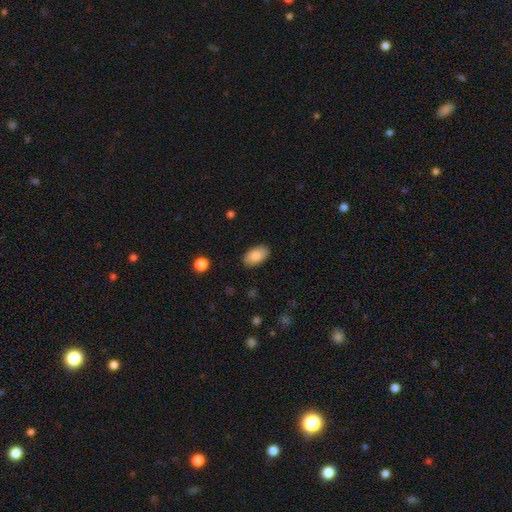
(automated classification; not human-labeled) Smooth or featured? Predicted: smooth (p=0.88). How rounded? Predicted: in between (p=0.94). Merging? Predicted: none (p=0.87).